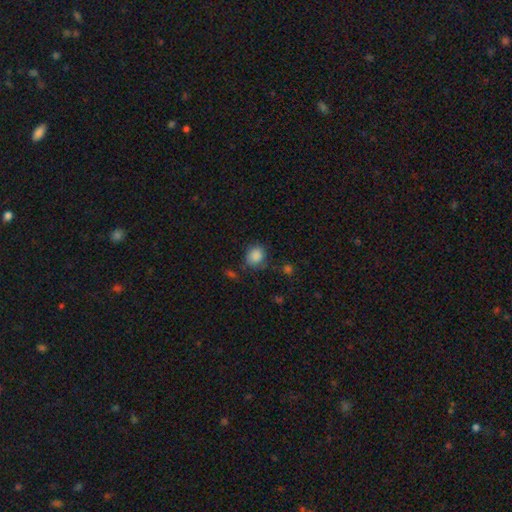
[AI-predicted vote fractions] This is clearly a smooth galaxy (86%). How rounded: likely round (69%). Merging: likely none (71%).